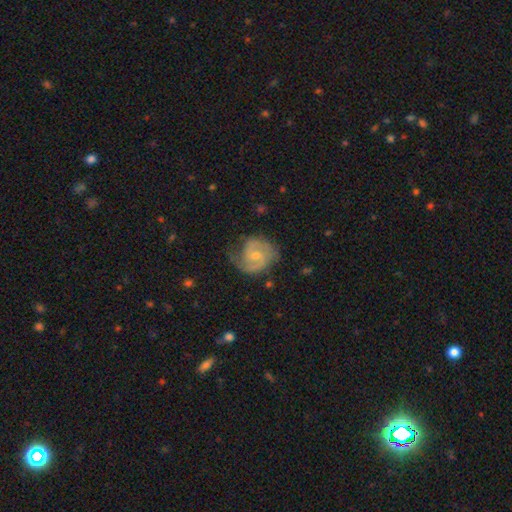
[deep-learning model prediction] featured or disk 80%, smooth 15%, star or artifact 5%. Down the decision tree: edge-on disk — no (98%); bar — weak (50%); spiral arms — yes (95%); spiral arm count — 2 (80%); spiral winding — medium (49%); bulge size — small (54%); merging — none (62%).